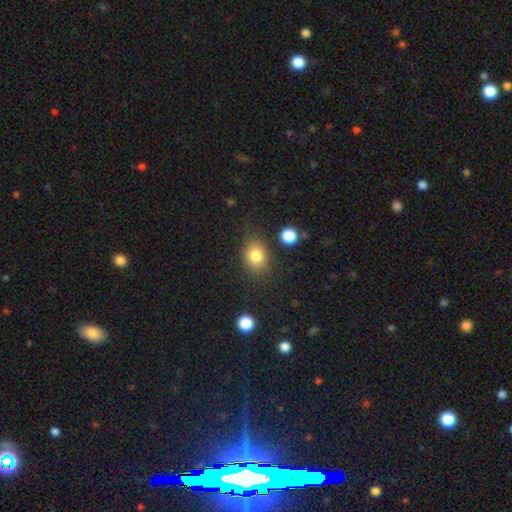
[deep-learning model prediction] Smooth or featured: smooth — 82% (star or artifact — 10%)
How rounded: in between — 54% (round — 45%)
Merging: none — 75% (minor disturbance — 15%)